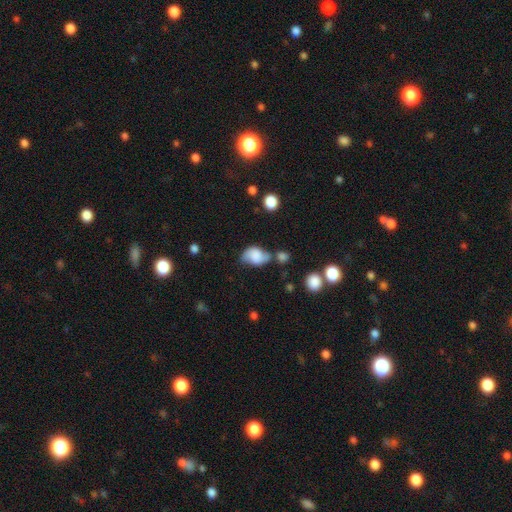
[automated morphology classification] This is possibly a smooth galaxy (55%). How rounded: likely in between (74%). Merging: marginally none (40%).